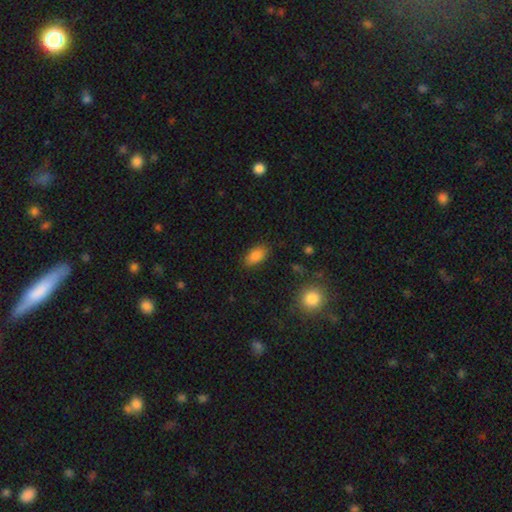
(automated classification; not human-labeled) A smooth galaxy with no disk features (85%) that is in between round and cigar-shaped (92%).

Vote fractions:
- Smooth or featured? smooth: 85% / star or artifact: 9% / featured or disk: 6%
- How rounded? in between: 92% / round: 5% / cigar-shaped: 3%
- Merging? none: 84% / minor disturbance: 12% / major disturbance: 3% / merger: 1%